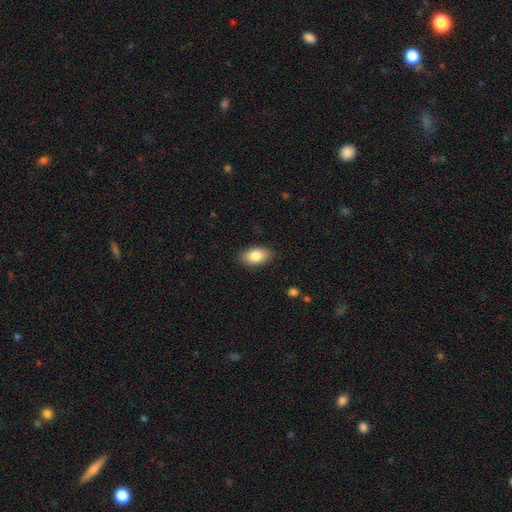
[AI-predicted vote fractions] smooth 85%, featured or disk 8%, star or artifact 7%. Down the decision tree: how rounded — in between (92%); merging — none (87%).